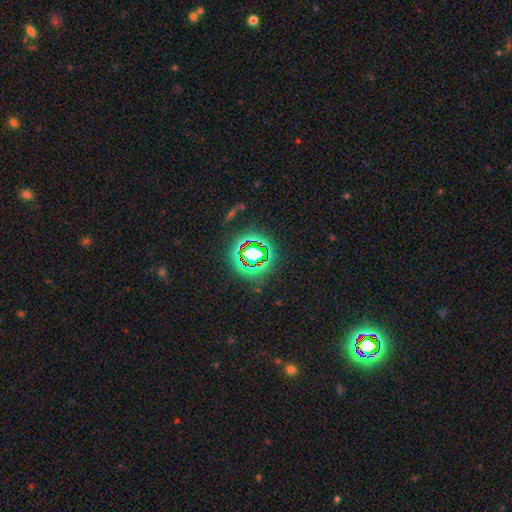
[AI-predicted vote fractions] Smooth or featured? star or artifact (72%)